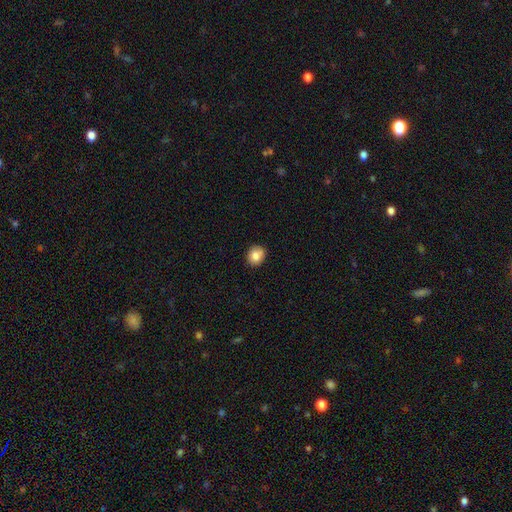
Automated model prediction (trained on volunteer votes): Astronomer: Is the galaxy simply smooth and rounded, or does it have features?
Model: smooth — 82%.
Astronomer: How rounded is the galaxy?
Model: round — 75%.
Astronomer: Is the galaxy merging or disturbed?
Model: none — 85%.